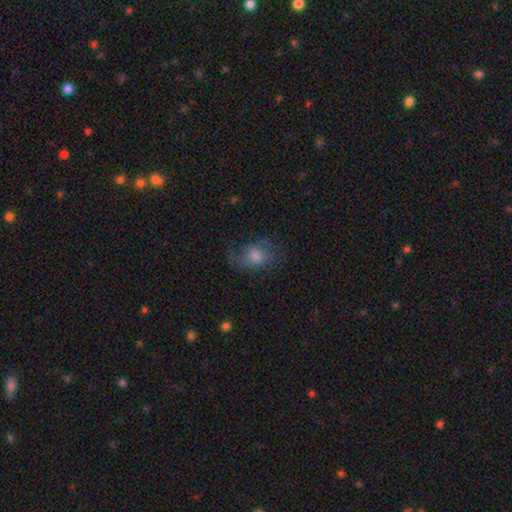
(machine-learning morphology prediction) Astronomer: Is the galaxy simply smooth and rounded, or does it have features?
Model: smooth — 47% (runner-up: featured or disk, 41%).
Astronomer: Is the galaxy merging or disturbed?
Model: none — 55%.